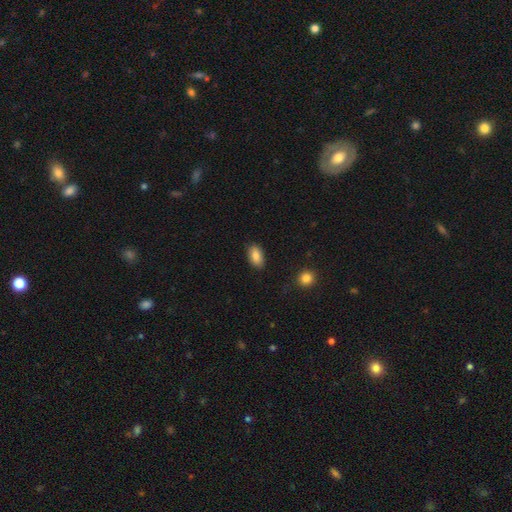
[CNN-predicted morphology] A smooth galaxy with no disk features (86%) that is in between round and cigar-shaped (92%).

Vote fractions:
- Smooth or featured? smooth: 86% / star or artifact: 7% / featured or disk: 7%
- How rounded? in between: 92% / round: 5% / cigar-shaped: 3%
- Merging? none: 87% / minor disturbance: 9% / major disturbance: 2% / merger: 1%